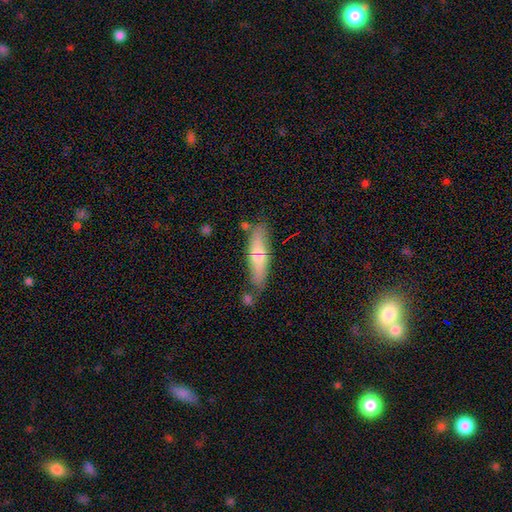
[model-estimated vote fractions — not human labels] A featured or disk galaxy (46%).

Vote fractions:
- Smooth or featured? featured or disk: 46% / smooth: 43% / star or artifact: 11%
- Merging? none: 79% / minor disturbance: 15% / merger: 4% / major disturbance: 3%